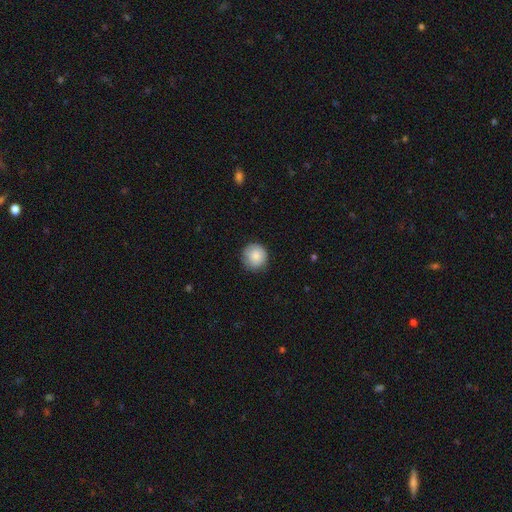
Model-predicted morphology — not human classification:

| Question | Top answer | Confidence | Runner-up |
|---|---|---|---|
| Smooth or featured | smooth | 86% | star or artifact (7%) |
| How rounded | round | 94% | in between (5%) |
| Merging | none | 85% | minor disturbance (12%) |